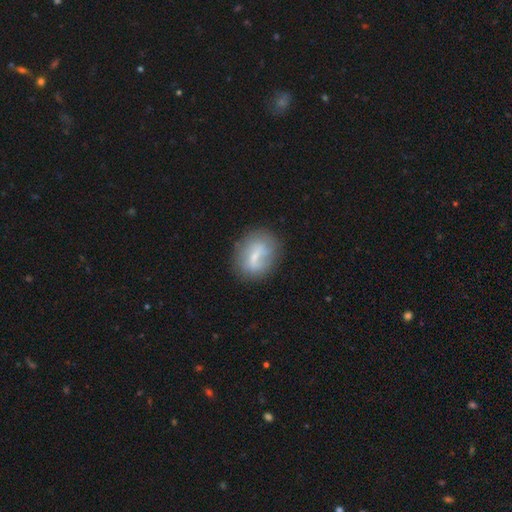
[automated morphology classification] type=featured or disk (46%); merging=none (69%).